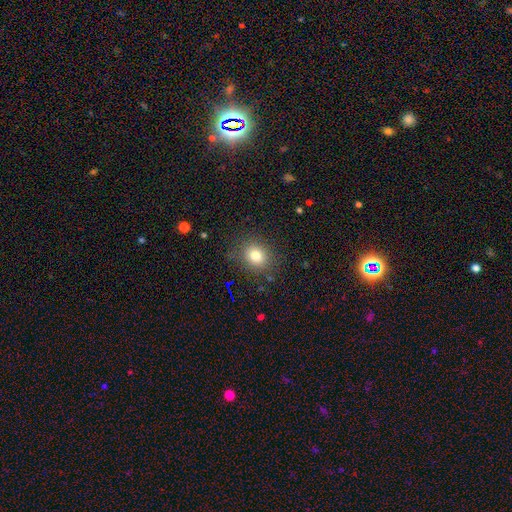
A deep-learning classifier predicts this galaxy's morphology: Overall: smooth (79%). How rounded: round (68%; in between 31%). Merging: none (83%).